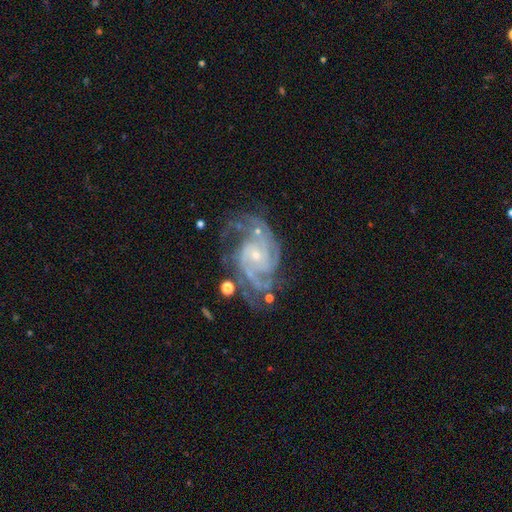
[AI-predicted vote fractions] This is clearly a featured or disk galaxy (91%). It is clearly not viewed edge-on (98%). Bar: likely no (62%). Spiral arm pattern: clearly yes (98%). Spiral arm count: marginally 3 (29%). Spiral winding: possibly tight (48%). Central bulge: likely small (75%). Merging: likely none (62%).